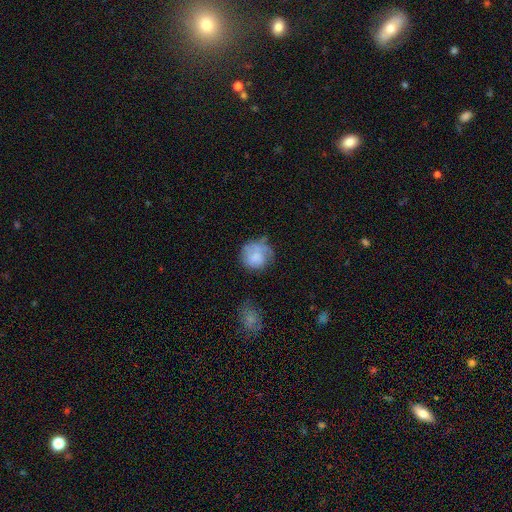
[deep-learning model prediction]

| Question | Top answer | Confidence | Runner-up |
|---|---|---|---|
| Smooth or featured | smooth | 70% | featured or disk (22%) |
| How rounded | round | 82% | in between (17%) |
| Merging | none | 47% | minor disturbance (31%) |